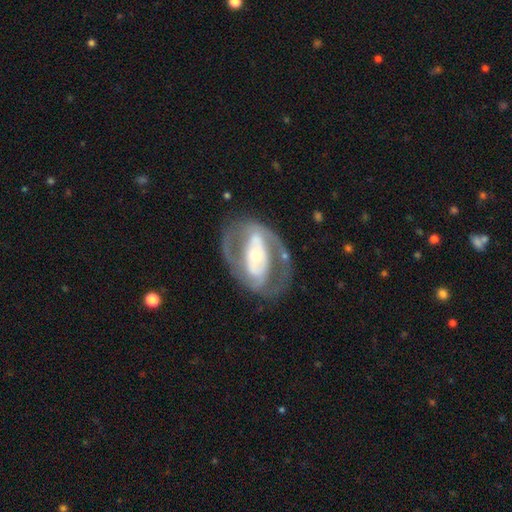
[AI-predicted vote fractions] A featured or disk galaxy (82%) with a strong bar (43%), 2 (80%) medium (44%) spiral arms (70%) and a moderate central bulge (48%).

Vote fractions:
- Smooth or featured? featured or disk: 82% / smooth: 13% / star or artifact: 5%
- Edge-on disk? no: 94% / yes: 6%
- Bar? strong: 43% / no: 32% / weak: 25%
- Spiral arms? yes: 70% / no: 30%
- Spiral winding? medium: 44% / tight: 37% / loose: 19%
- Spiral arm count? 2: 80% / can't tell: 11% / 1: 4% / 3: 2% / 4: 1% / more than 4: 1%
- Bulge size? moderate: 48% / small: 40% / large: 9% / dominant: 2% / none: 1%
- Merging? none: 67% / minor disturbance: 15% / major disturbance: 15% / merger: 2%